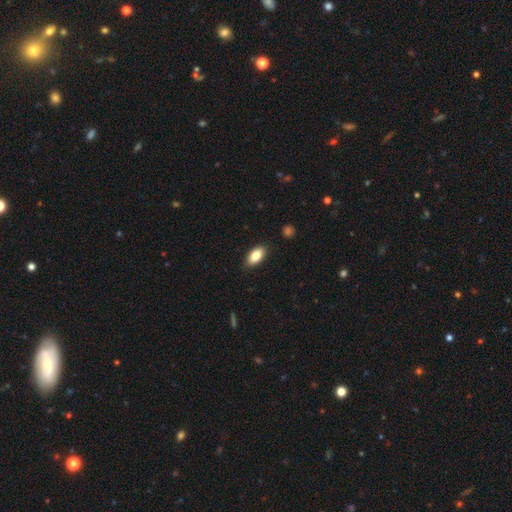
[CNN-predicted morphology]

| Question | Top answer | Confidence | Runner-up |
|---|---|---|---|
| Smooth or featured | smooth | 84% | featured or disk (9%) |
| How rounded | in between | 91% | cigar-shaped (5%) |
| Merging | none | 87% | minor disturbance (10%) |